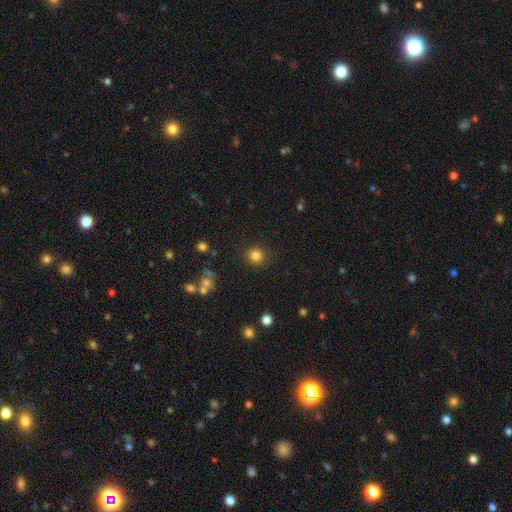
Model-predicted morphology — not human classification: The model was most divided on "smooth or featured": smooth: 81%, star or artifact: 13%, featured or disk: 6%. More confident: how rounded — round (90%); merging — none (88%).